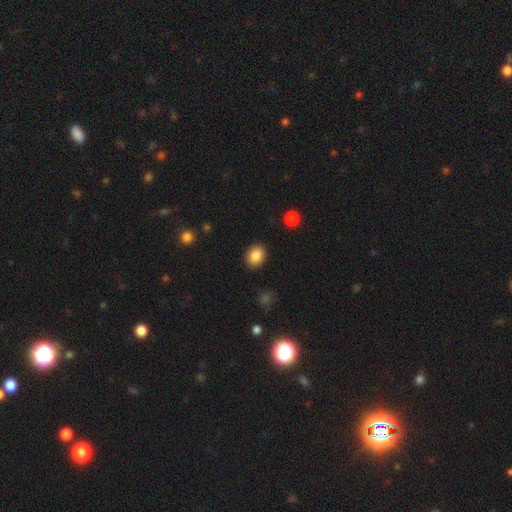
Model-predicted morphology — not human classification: This is clearly a smooth galaxy (87%). How rounded: possibly in between (56%). Merging: clearly none (89%).